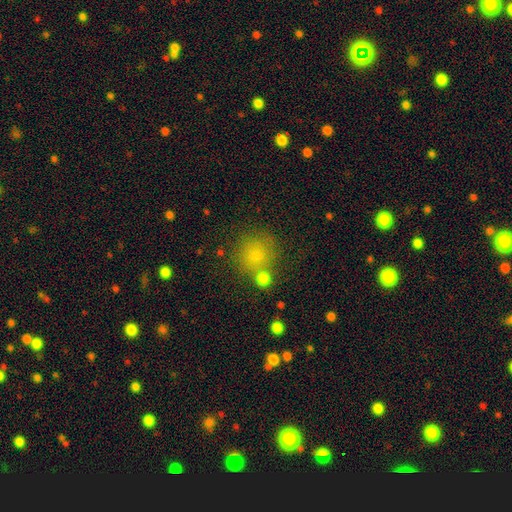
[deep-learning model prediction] Q: Smooth or featured?
A: smooth (77%); runner-up: star or artifact (15%)
Q: How rounded?
A: round (88%); runner-up: in between (11%)
Q: Merging?
A: none (70%); runner-up: minor disturbance (12%)